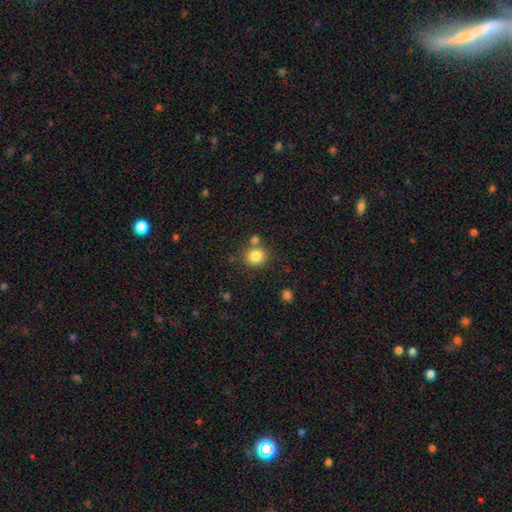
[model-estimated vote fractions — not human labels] This is clearly a smooth galaxy (83%). How rounded: clearly round (86%). Merging: likely none (71%).